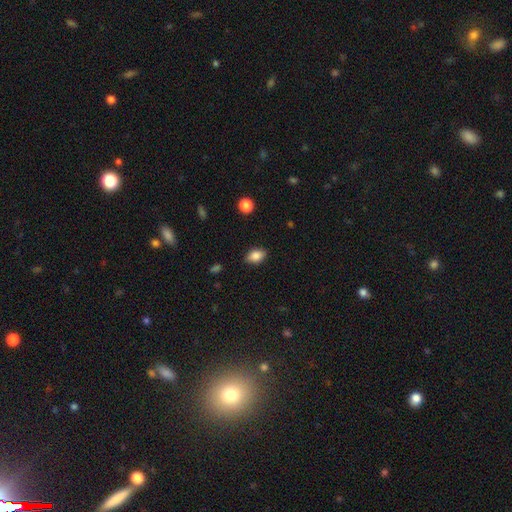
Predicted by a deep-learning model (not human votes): This is clearly a smooth galaxy (85%). How rounded: clearly in between (86%). Merging: clearly none (86%).